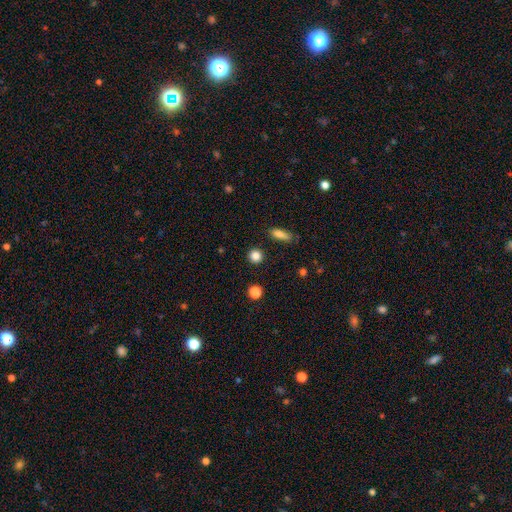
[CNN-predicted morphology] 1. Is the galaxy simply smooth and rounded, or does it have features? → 85% smooth, 11% star or artifact, 4% featured or disk.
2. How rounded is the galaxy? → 91% round, 8% in between, 2% cigar-shaped.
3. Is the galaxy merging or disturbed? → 90% none, 6% minor disturbance, 2% major disturbance, 2% merger.